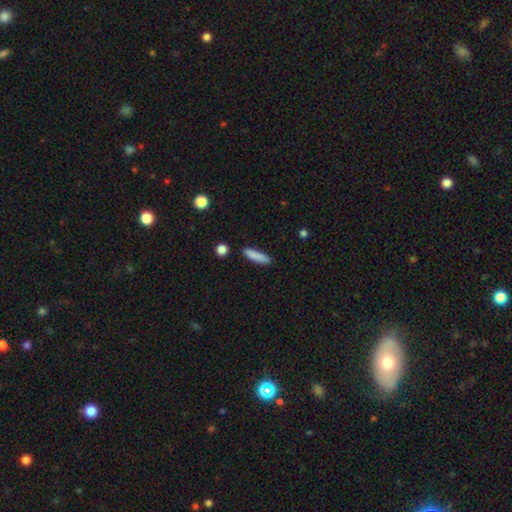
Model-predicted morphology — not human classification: This appears to be a smooth galaxy with no disk features (85%) that is cigar-shaped (81%). Merging: none (86%).